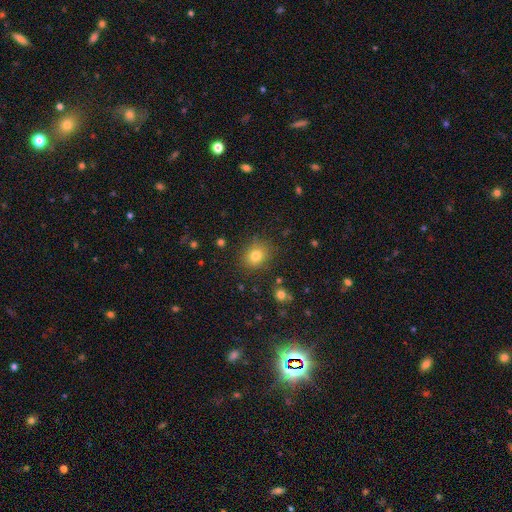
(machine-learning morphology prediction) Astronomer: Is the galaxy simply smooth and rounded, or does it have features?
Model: smooth — 79%.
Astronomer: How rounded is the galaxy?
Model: round — 72%.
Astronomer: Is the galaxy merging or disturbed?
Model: none — 85%.